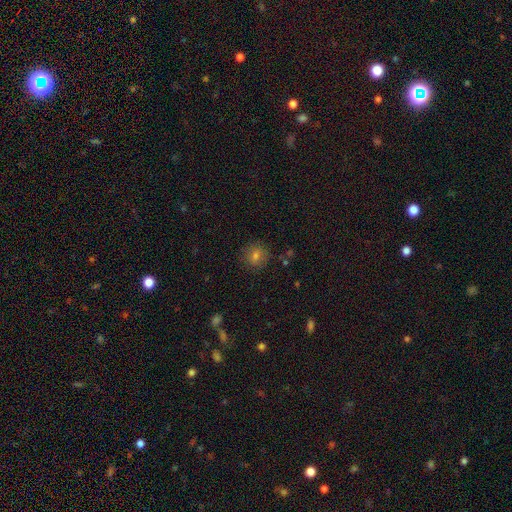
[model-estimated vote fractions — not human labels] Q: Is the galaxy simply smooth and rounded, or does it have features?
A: smooth — 70%.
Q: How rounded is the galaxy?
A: round — 89%.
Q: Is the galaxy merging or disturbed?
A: none — 87%.